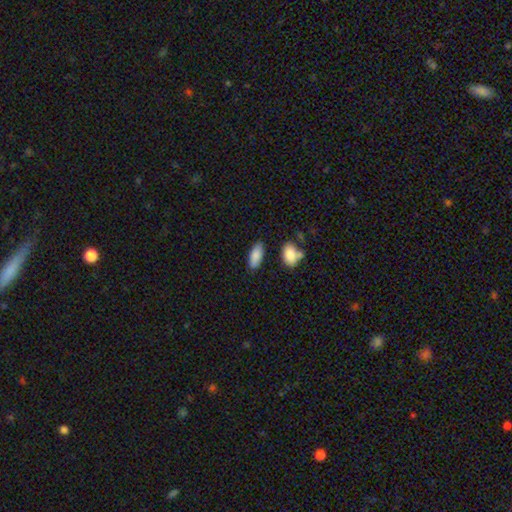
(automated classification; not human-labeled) Smooth or featured: smooth — 87% (star or artifact — 7%)
How rounded: in between — 84% (cigar-shaped — 13%)
Merging: none — 79% (minor disturbance — 13%)